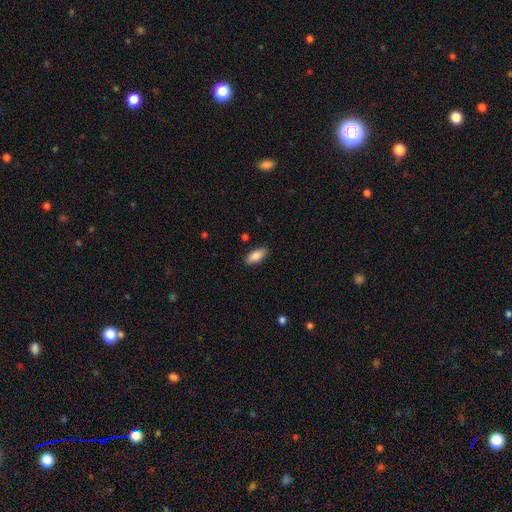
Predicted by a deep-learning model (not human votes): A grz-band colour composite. It shows a smooth galaxy with no disk features (86%) that is in between round and cigar-shaped (88%). Merging: none (87%).